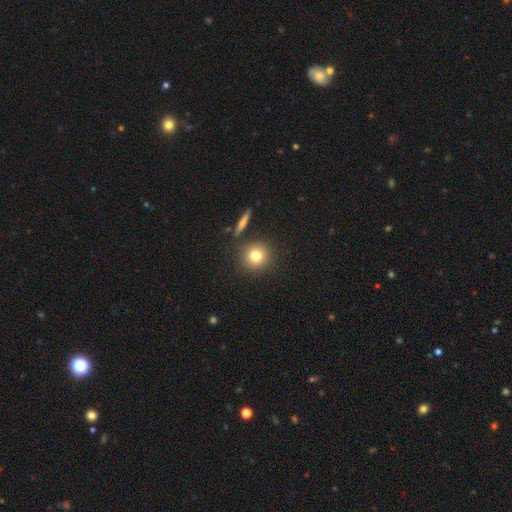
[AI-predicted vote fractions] A smooth galaxy with no disk features (79%) that is round (91%).

Vote fractions:
- Smooth or featured? smooth: 79% / star or artifact: 11% / featured or disk: 10%
- How rounded? round: 91% / in between: 7% / cigar-shaped: 1%
- Merging? none: 84% / minor disturbance: 8% / merger: 6% / major disturbance: 3%